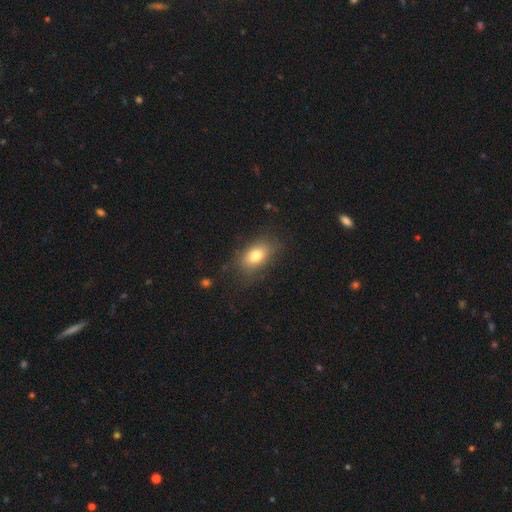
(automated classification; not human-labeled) Smooth or featured: smooth — 78% (featured or disk — 13%)
How rounded: in between — 86% (round — 12%)
Merging: none — 76% (minor disturbance — 17%)